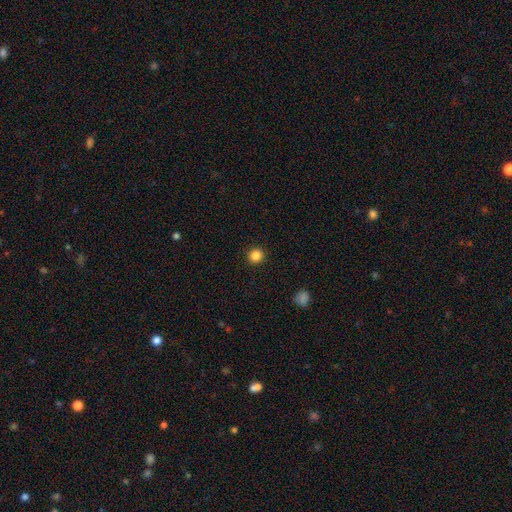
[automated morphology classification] Smooth or featured? Predicted: smooth (p=0.85). How rounded? Predicted: round (p=0.94). Merging? Predicted: none (p=0.93).